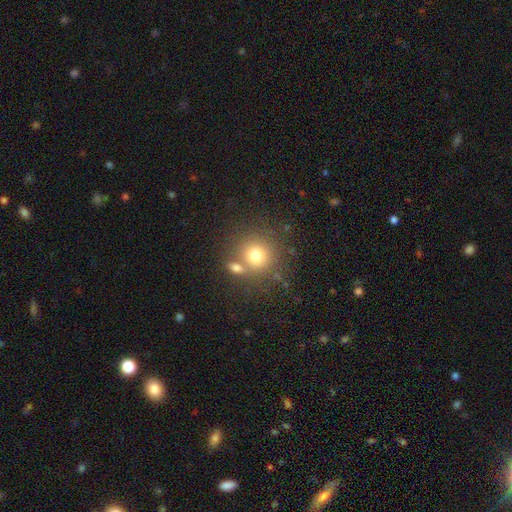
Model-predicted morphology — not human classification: A smooth galaxy with no disk features (75%) that is round (90%). Merging: none (64%).